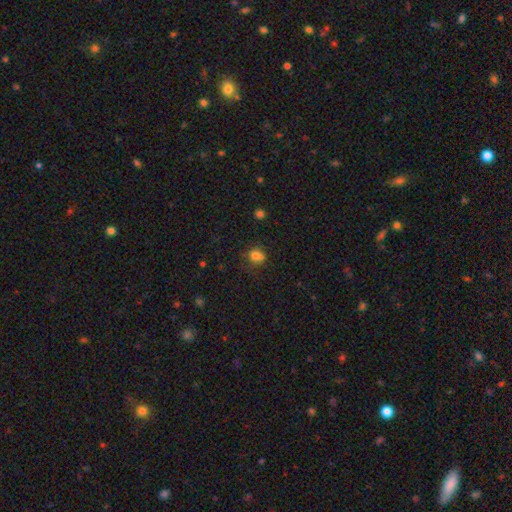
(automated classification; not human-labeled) Smooth or featured: smooth — 73% (star or artifact — 15%)
How rounded: round — 74% (in between — 25%)
Merging: none — 46% (merger — 30%)